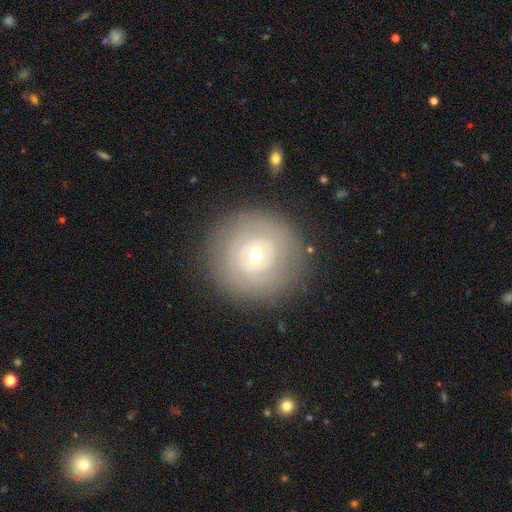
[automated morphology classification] A featured or disk galaxy (55%) with no bar (71%), no spiral arms (77%) and a small central bulge (51%). Merging: none (84%).